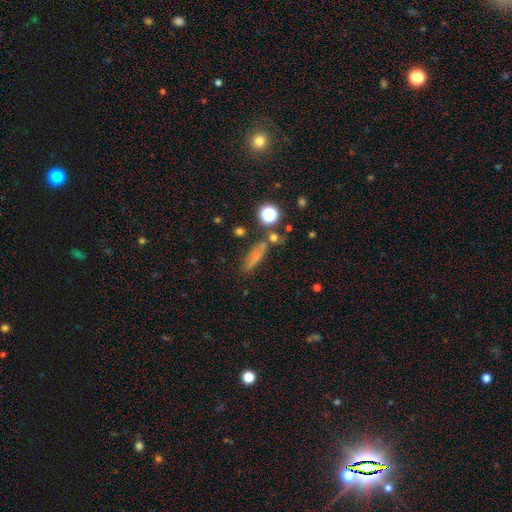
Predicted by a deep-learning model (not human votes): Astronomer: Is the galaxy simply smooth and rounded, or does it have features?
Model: smooth — 57%.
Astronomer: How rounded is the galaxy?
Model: cigar-shaped — 61%.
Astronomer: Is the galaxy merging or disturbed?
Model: none — 69%.